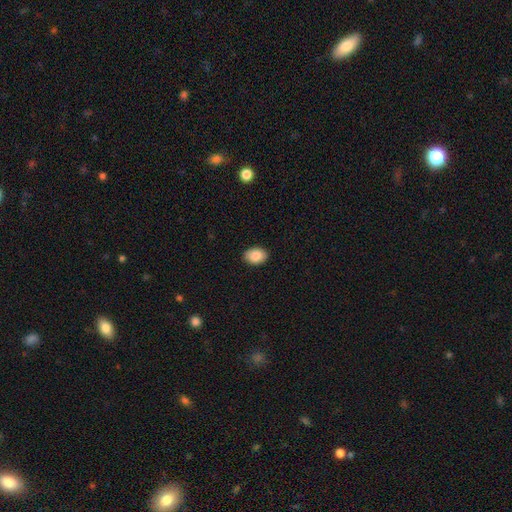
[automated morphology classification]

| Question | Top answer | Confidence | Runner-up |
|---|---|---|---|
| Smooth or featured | smooth | 89% | star or artifact (7%) |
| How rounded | in between | 79% | round (20%) |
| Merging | none | 89% | minor disturbance (8%) |